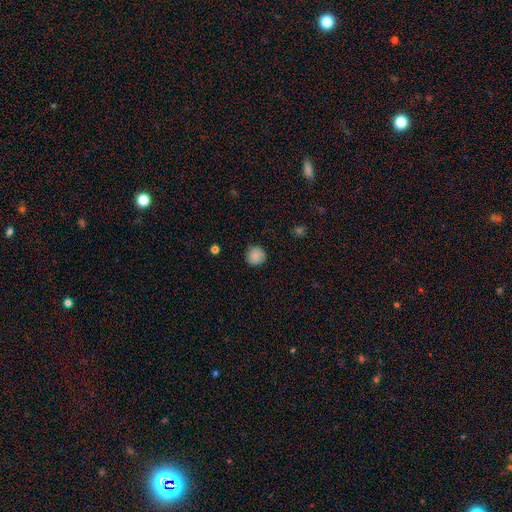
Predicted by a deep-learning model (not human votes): Smooth or featured? Predicted: smooth (p=0.83). How rounded? Predicted: round (p=0.92). Merging? Predicted: none (p=0.84).